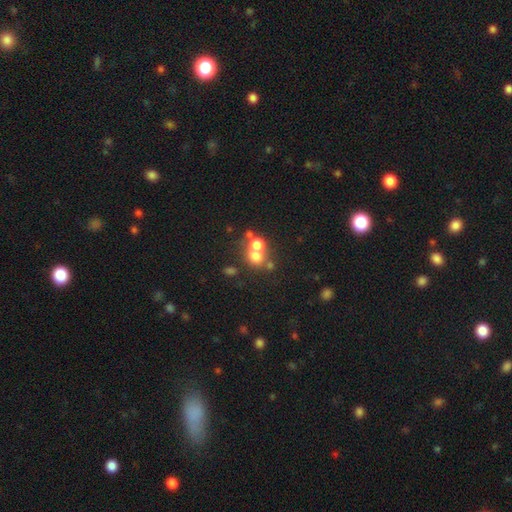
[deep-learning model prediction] This is likely a smooth galaxy (65%). How rounded: likely round (78%). Merging: possibly merger (50%).